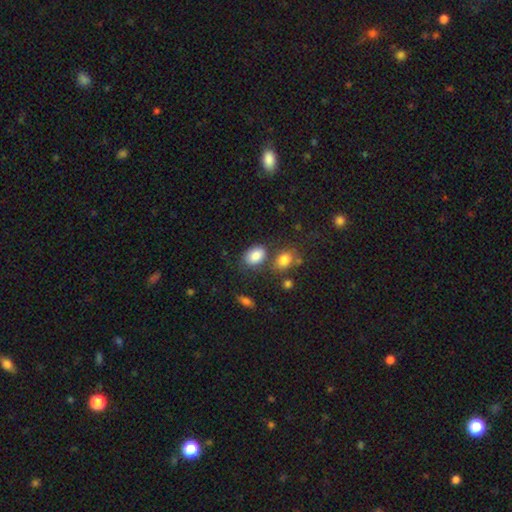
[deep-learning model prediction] Smooth or featured: smooth — 85% (star or artifact — 8%)
How rounded: in between — 82% (round — 17%)
Merging: none — 66% (minor disturbance — 15%)